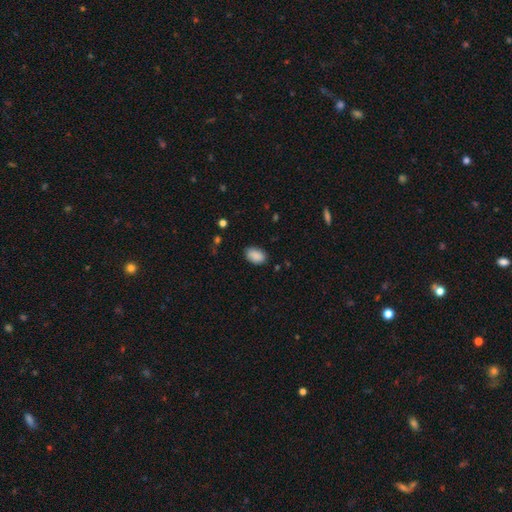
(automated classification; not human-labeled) Smooth or featured?
  - smooth: 89% *
  - star or artifact: 7%
  - featured or disk: 4%
How rounded?
  - in between: 89% *
  - round: 10%
  - cigar-shaped: 1%
Merging?
  - none: 80% *
  - minor disturbance: 16%
  - major disturbance: 3%
  - merger: 1%